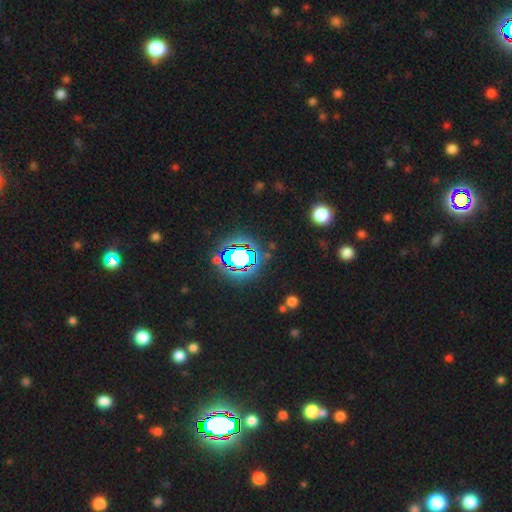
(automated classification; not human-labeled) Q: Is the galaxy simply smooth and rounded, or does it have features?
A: star or artifact — 80%.